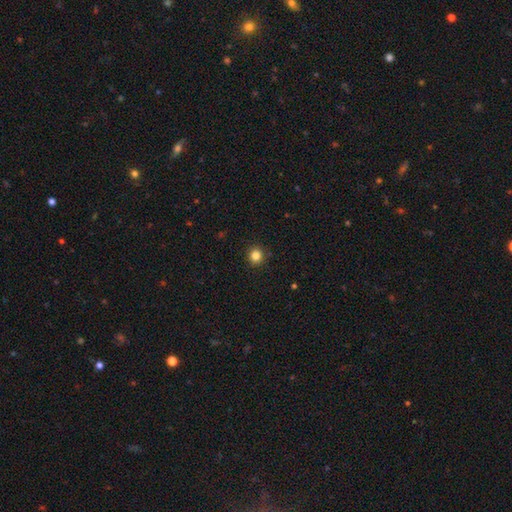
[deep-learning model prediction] smooth 83%, star or artifact 12%, featured or disk 5%. Down the decision tree: how rounded — round (92%); merging — none (92%).